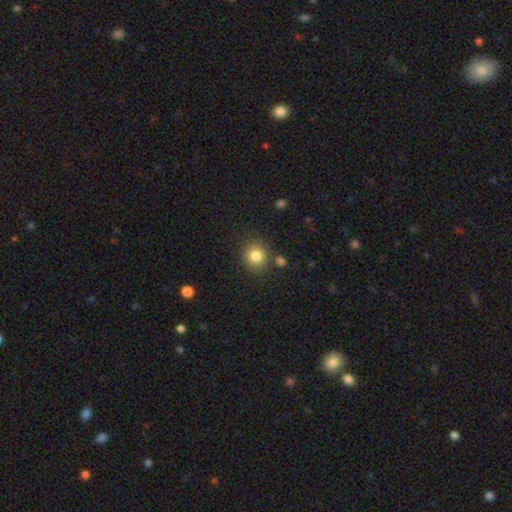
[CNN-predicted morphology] smooth-or-featured: smooth: 82% | star or artifact: 11% | featured or disk: 7%
  how-rounded: round: 87% | in between: 12% | cigar-shaped: 1%
  merging: none: 82% | minor disturbance: 9% | merger: 6% | major disturbance: 3%